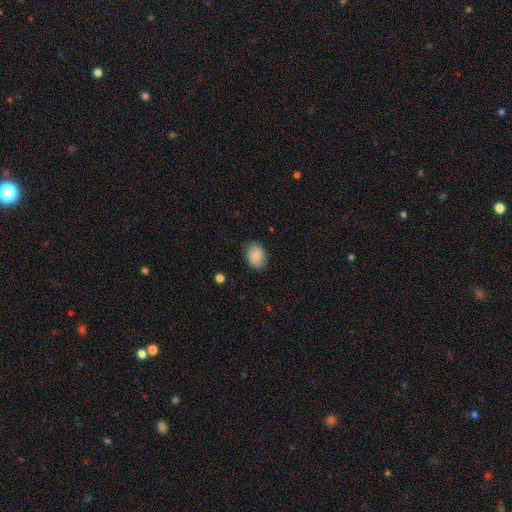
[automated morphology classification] This appears to be a smooth galaxy with no disk features (89%) that is in between round and cigar-shaped (63%). Merging: none (84%).